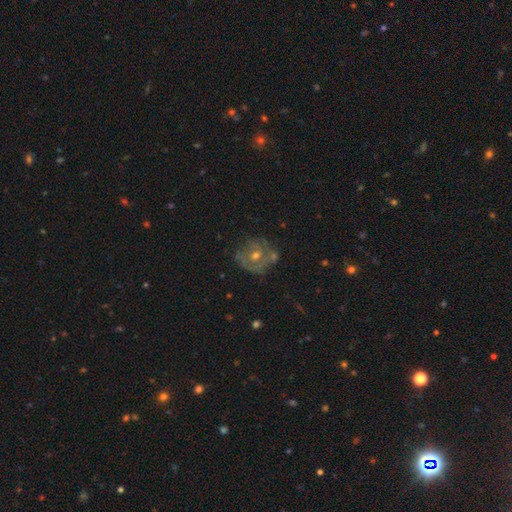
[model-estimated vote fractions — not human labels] This is likely a featured or disk galaxy (62%). It is clearly not viewed edge-on (97%). Bar: likely no (79%). Spiral arm pattern: possibly yes (58%). Central bulge: likely moderate (61%). Merging: likely none (66%).